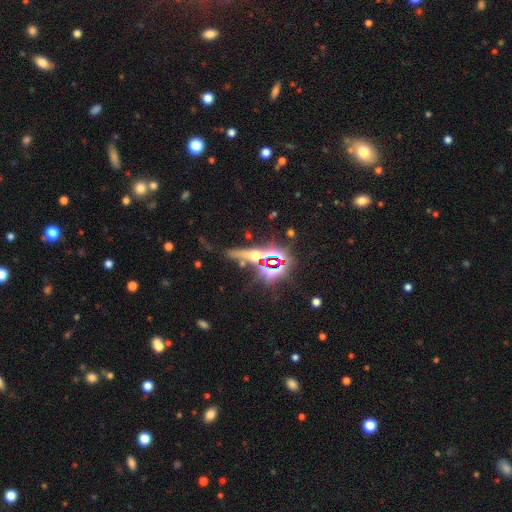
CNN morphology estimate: Smooth or featured?
  - star or artifact: 55% *
  - smooth: 24%
  - featured or disk: 21%